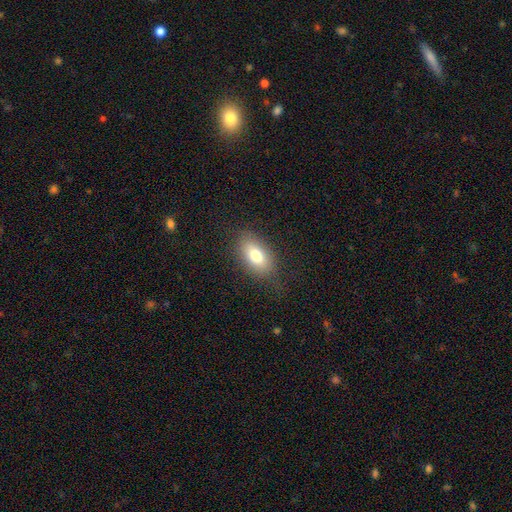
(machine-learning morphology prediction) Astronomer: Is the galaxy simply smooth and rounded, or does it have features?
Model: smooth — 77%.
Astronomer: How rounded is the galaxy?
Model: in between — 88%.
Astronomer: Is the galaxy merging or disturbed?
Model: none — 77%.